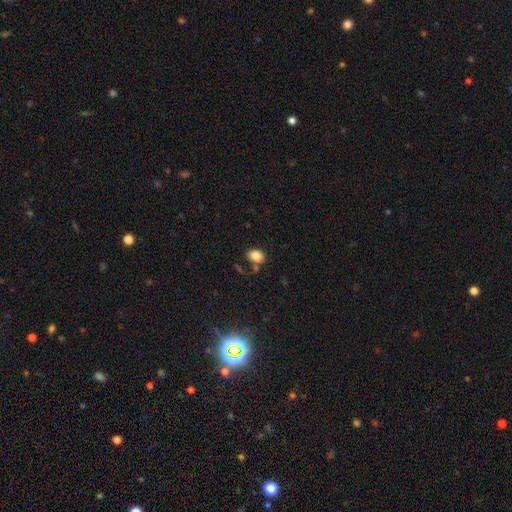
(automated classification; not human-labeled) The model was most divided on "how rounded": in between: 71%, round: 28%, cigar-shaped: 1%. More confident: smooth or featured — smooth (83%); merging — none (66%).